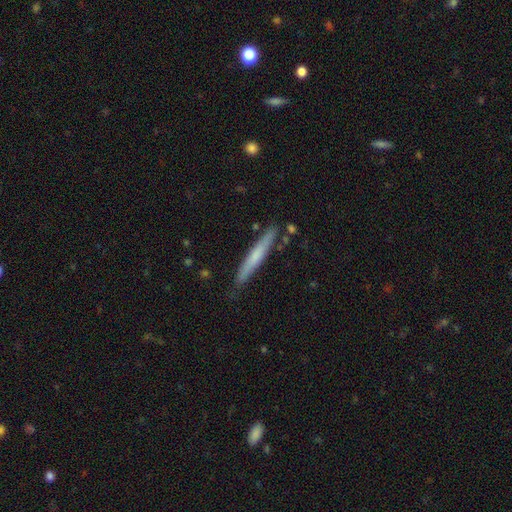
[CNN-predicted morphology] Smooth or featured? smooth (54%)
How rounded? cigar-shaped (96%)
Merging? none (84%)